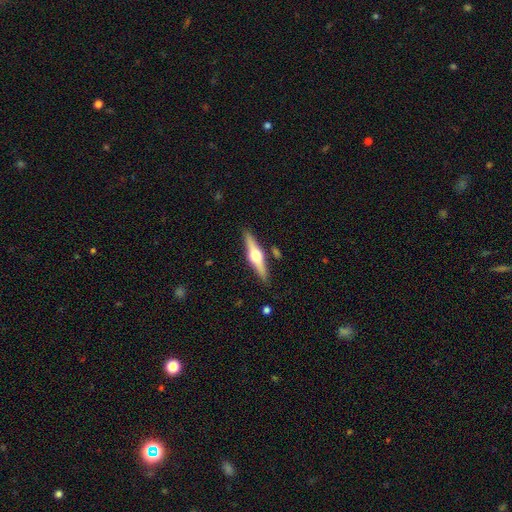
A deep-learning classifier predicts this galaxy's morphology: type=featured or disk (74%); edge-on=yes (97%); edge-on bulge=rounded (96%); merging=none (88%).